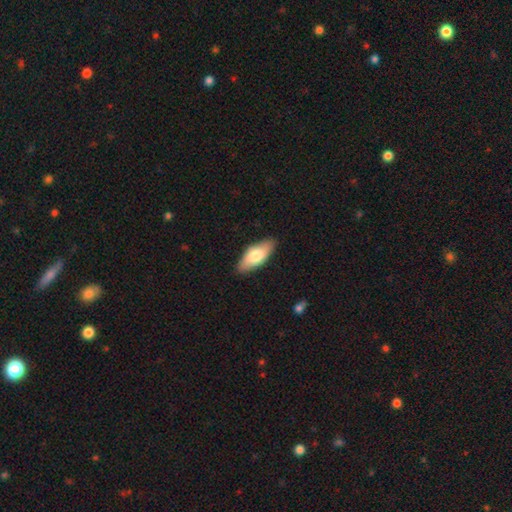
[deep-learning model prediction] Overall: smooth (73%). How rounded: in between (83%). Merging: none (86%).